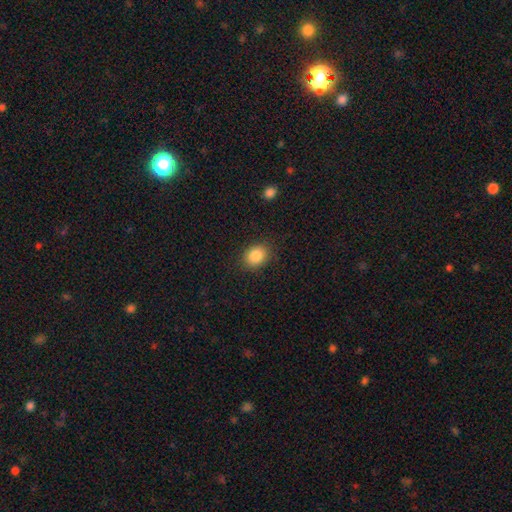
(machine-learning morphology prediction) This appears to be a smooth galaxy with no disk features (86%) that is round (50%). Merging: none (86%).